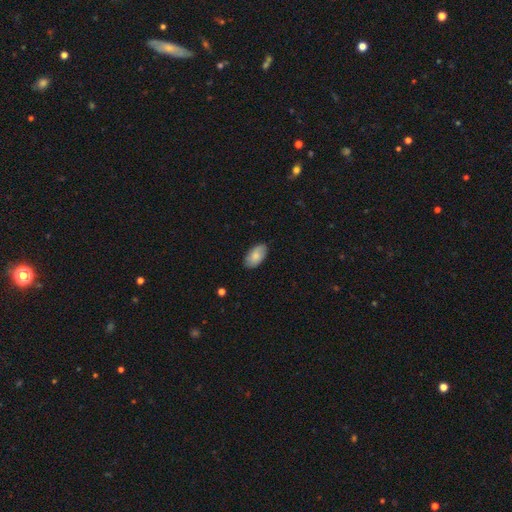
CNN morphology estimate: Overall: smooth (76%). How rounded: in between (95%). Merging: none (82%).